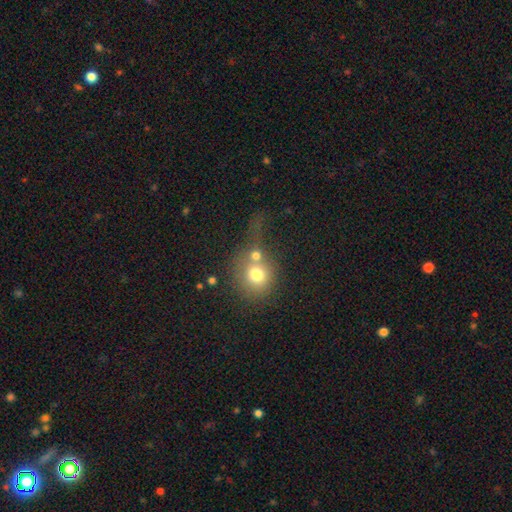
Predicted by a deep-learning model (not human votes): This is likely a smooth galaxy (70%). How rounded: clearly round (81%). Merging: possibly merger (50%).